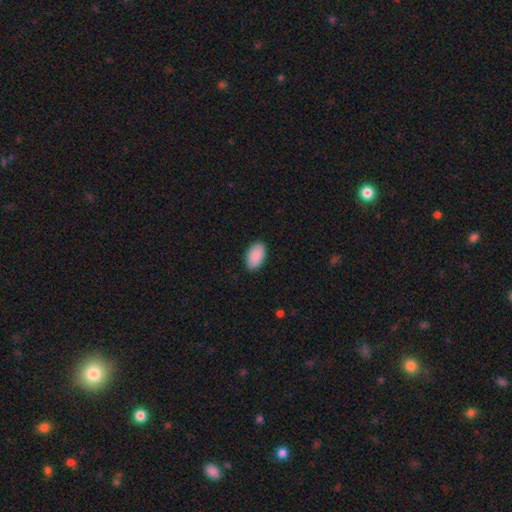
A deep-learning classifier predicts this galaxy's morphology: type=smooth (91%); roundness=in between (94%); merging=none (88%).